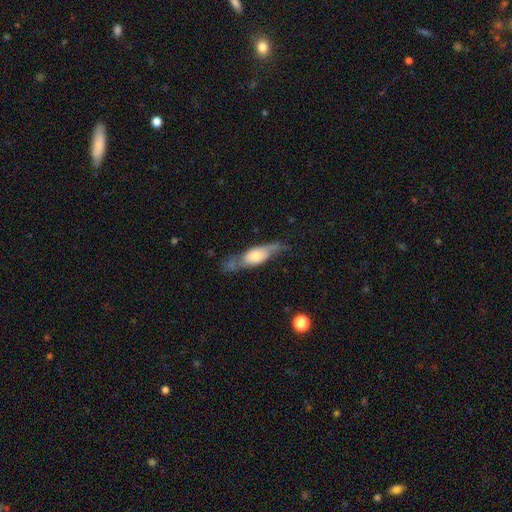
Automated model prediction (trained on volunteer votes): smooth-or-featured: featured or disk: 58% | smooth: 36% | star or artifact: 6%
  disk-edge-on: no: 56% | yes: 44%
  merging: none: 56% | minor disturbance: 26% | major disturbance: 15% | merger: 4%